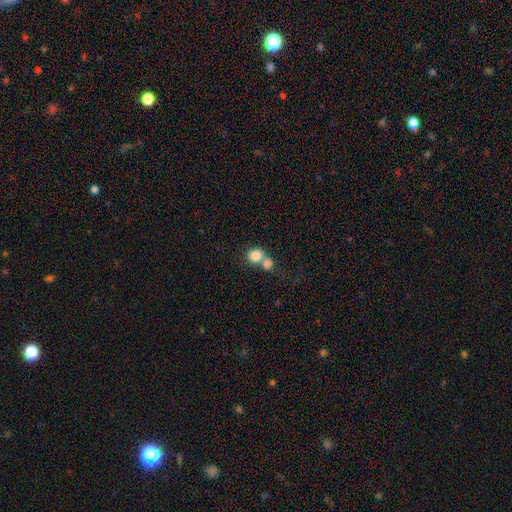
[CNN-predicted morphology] The model was most divided on "merging": merger: 57%, none: 34%, minor disturbance: 6%, major disturbance: 4%. More confident: how rounded — round (81%); smooth or featured — smooth (81%).